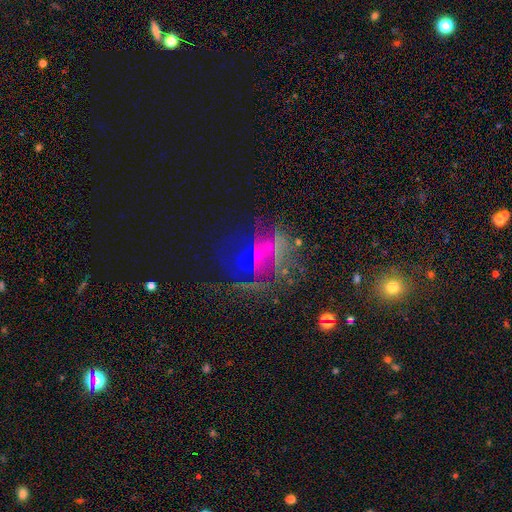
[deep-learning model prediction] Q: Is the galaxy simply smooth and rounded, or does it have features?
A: featured or disk — 43%.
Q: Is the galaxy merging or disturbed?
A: none — 50%.